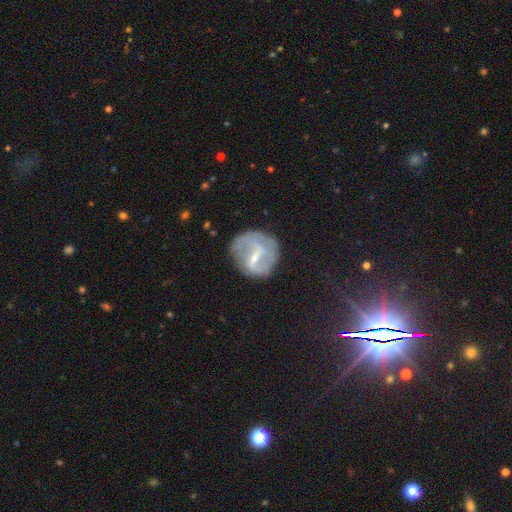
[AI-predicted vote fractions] Q: Smooth or featured?
A: featured or disk (69%); runner-up: smooth (23%)
Q: Edge-on disk?
A: no (96%); runner-up: yes (4%)
Q: Bar?
A: weak (44%); runner-up: strong (43%)
Q: Spiral arms?
A: yes (60%); runner-up: no (40%)
Q: Bulge size?
A: small (63%); runner-up: moderate (26%)
Q: Merging?
A: none (61%); runner-up: minor disturbance (22%)